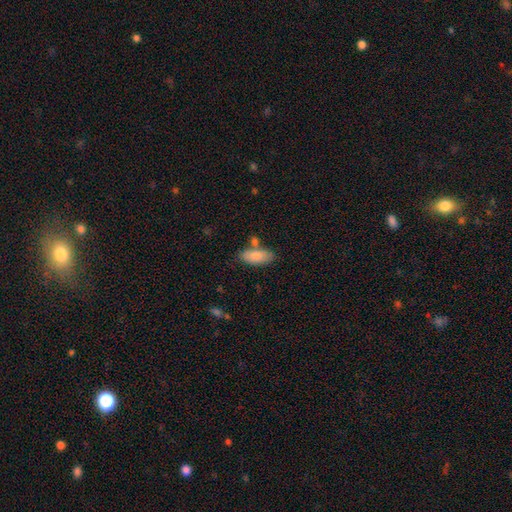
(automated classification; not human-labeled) Q: Smooth or featured?
A: smooth (86%); runner-up: featured or disk (8%)
Q: How rounded?
A: in between (86%); runner-up: cigar-shaped (11%)
Q: Merging?
A: none (71%); runner-up: minor disturbance (15%)